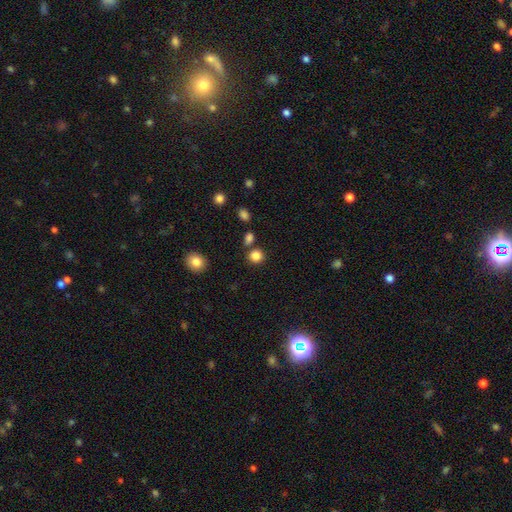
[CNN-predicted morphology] A smooth galaxy with no disk features (85%) that is round (85%).

Vote fractions:
- Smooth or featured? smooth: 85% / star or artifact: 11% / featured or disk: 4%
- How rounded? round: 85% / in between: 14% / cigar-shaped: 1%
- Merging? none: 78% / merger: 10% / minor disturbance: 8% / major disturbance: 3%